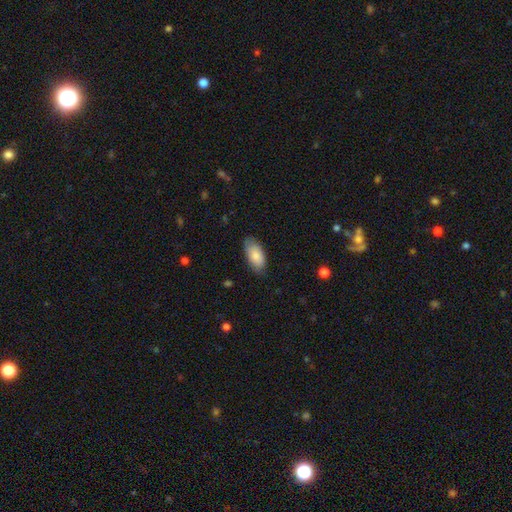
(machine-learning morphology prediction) Q: Smooth or featured?
A: smooth (84%); runner-up: featured or disk (10%)
Q: How rounded?
A: in between (93%); runner-up: cigar-shaped (5%)
Q: Merging?
A: none (79%); runner-up: minor disturbance (17%)